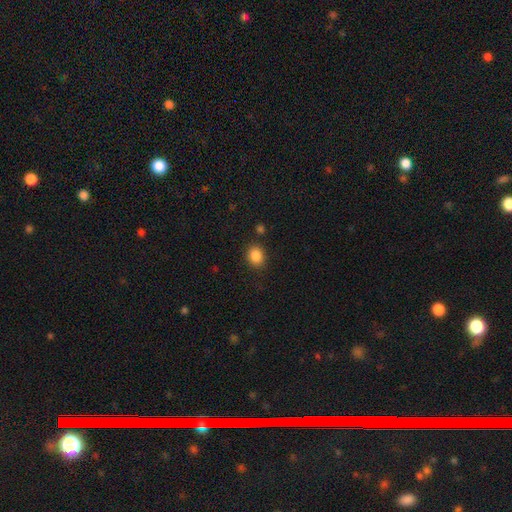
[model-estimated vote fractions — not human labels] Smooth or featured: smooth — 85% (star or artifact — 10%)
How rounded: round — 61% (in between — 39%)
Merging: none — 86% (minor disturbance — 8%)